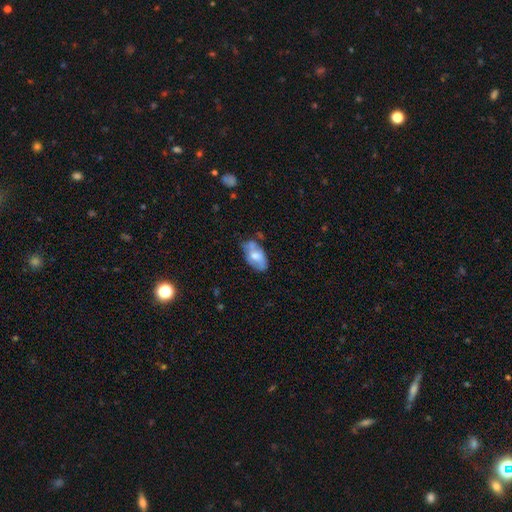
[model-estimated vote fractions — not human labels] Q: Smooth or featured?
A: smooth (58%); runner-up: featured or disk (35%)
Q: How rounded?
A: in between (93%); runner-up: round (5%)
Q: Merging?
A: none (47%); runner-up: minor disturbance (33%)